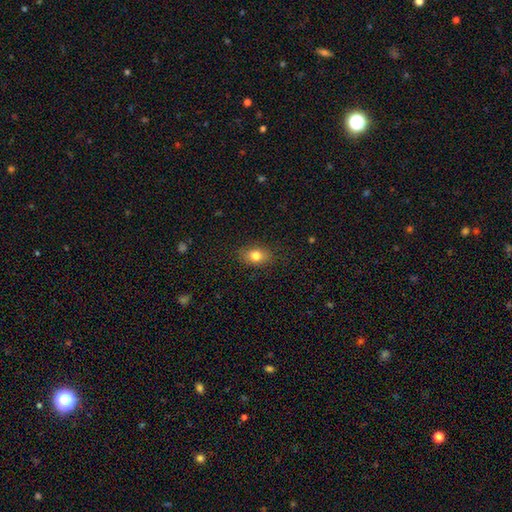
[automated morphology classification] Smooth or featured? smooth (80%)
How rounded? in between (77%)
Merging? none (85%)